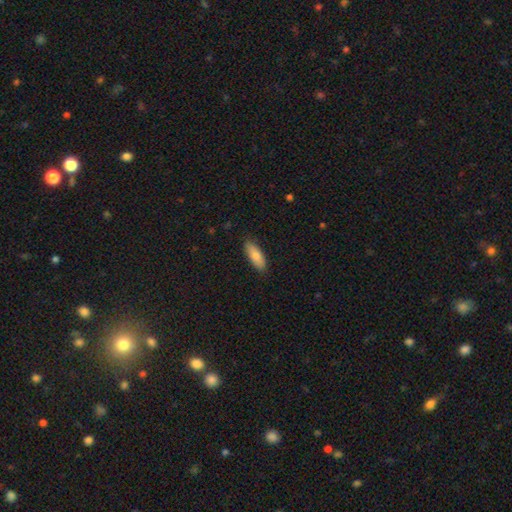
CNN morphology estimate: smooth_or_featured: smooth (p=0.83) [alt: featured or disk p=0.11]
how_rounded: in between (p=0.69) [alt: cigar-shaped p=0.29]
merging: none (p=0.88) [alt: minor disturbance p=0.10]